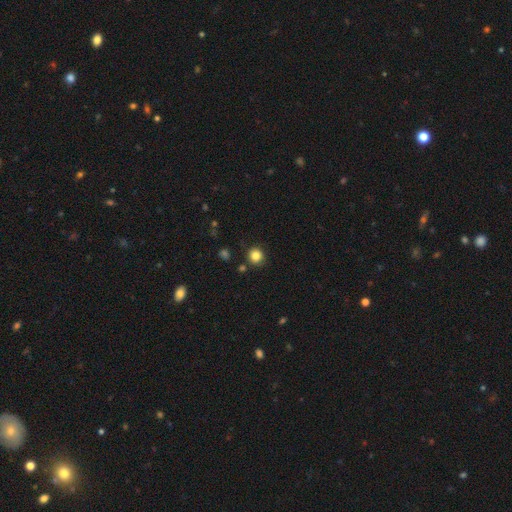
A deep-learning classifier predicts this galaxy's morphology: The model was most divided on "smooth or featured": smooth: 83%, star or artifact: 12%, featured or disk: 5%. More confident: how rounded — round (93%); merging — none (88%).